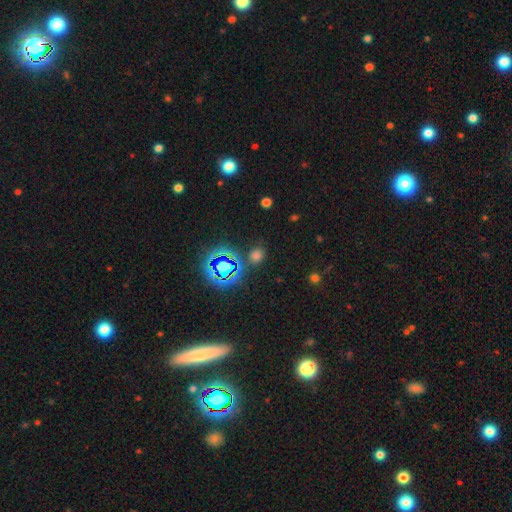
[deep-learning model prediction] Smooth or featured?
  - smooth: 59% *
  - star or artifact: 35%
  - featured or disk: 6%
How rounded?
  - round: 68% *
  - in between: 30%
  - cigar-shaped: 2%
Merging?
  - none: 81% *
  - minor disturbance: 10%
  - merger: 5%
  - major disturbance: 4%